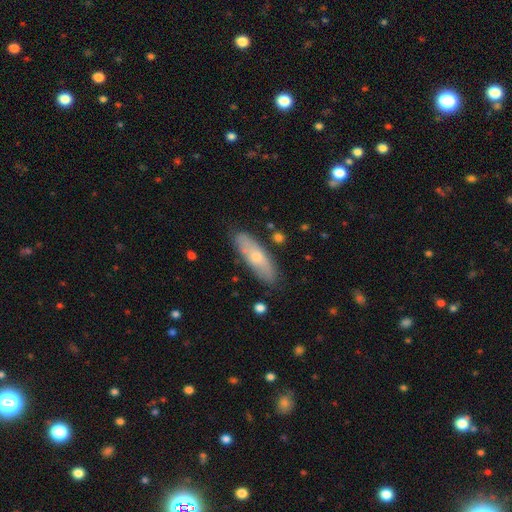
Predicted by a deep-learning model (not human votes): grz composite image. It shows a smooth galaxy with no disk features (57%) that is cigar-shaped (52%). Merging: none (82%).